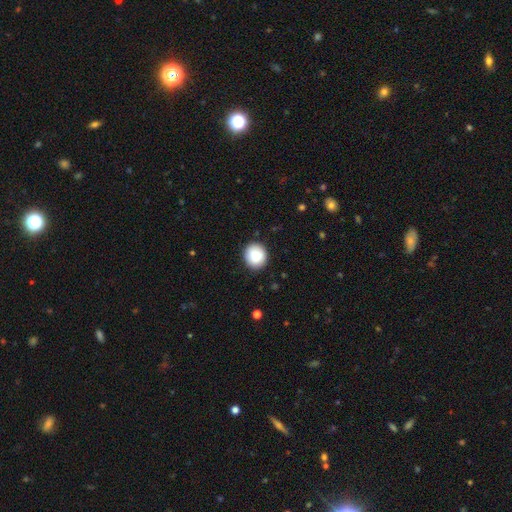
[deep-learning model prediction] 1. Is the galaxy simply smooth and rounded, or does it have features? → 87% smooth, 8% star or artifact, 6% featured or disk.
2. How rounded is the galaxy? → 86% round, 13% in between, 1% cigar-shaped.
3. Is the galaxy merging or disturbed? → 90% none, 7% minor disturbance, 2% major disturbance, 1% merger.